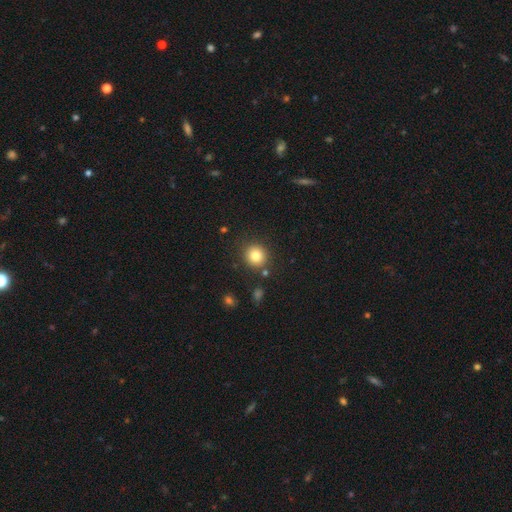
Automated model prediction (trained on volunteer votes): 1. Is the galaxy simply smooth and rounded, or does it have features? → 82% smooth, 11% star or artifact, 7% featured or disk.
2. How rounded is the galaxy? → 87% round, 12% in between, 1% cigar-shaped.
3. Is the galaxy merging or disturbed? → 85% none, 8% minor disturbance, 4% merger, 3% major disturbance.